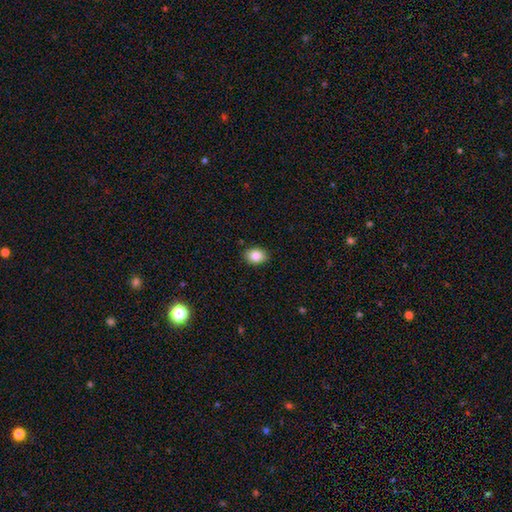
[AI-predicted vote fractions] This appears to be a smooth galaxy with no disk features (86%) that is in between round and cigar-shaped (71%). Merging: none (89%).